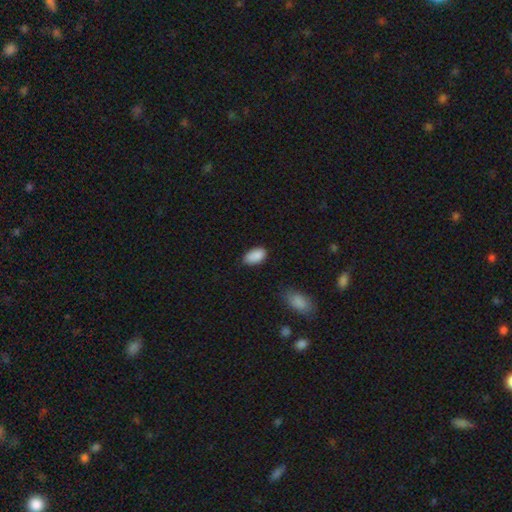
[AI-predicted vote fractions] A smooth galaxy with no disk features (89%) that is in between round and cigar-shaped (94%). Merging: none (72%).